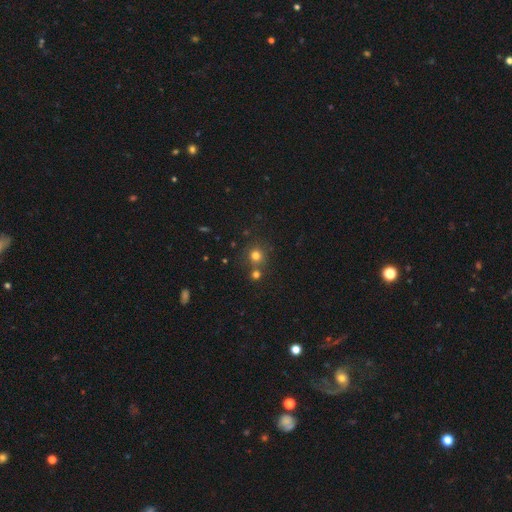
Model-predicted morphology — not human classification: A smooth galaxy with no disk features (74%) that is round (91%).

Vote fractions:
- Smooth or featured? smooth: 74% / star or artifact: 18% / featured or disk: 8%
- How rounded? round: 91% / in between: 8% / cigar-shaped: 1%
- Merging? none: 69% / merger: 20% / minor disturbance: 8% / major disturbance: 3%